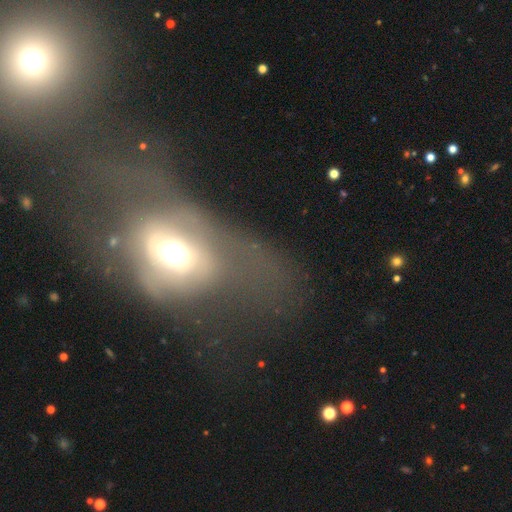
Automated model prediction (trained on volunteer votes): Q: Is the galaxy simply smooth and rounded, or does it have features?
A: featured or disk — 50%.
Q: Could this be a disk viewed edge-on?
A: no — 88%.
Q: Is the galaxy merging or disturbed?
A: major disturbance — 52%.